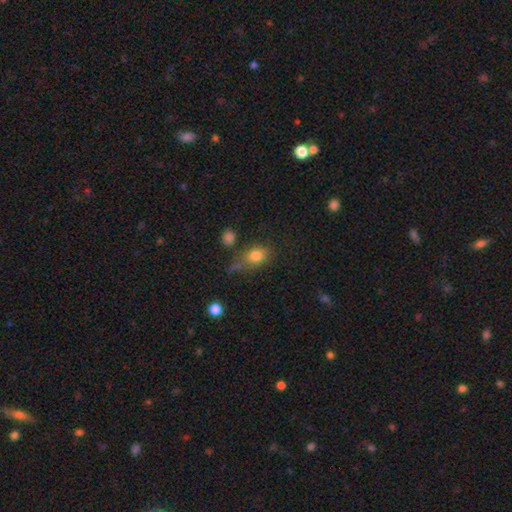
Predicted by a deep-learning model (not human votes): smooth_or_featured: smooth (p=0.79) [alt: star or artifact p=0.12]
how_rounded: in between (p=0.59) [alt: round p=0.39]
merging: none (p=0.54) [alt: minor disturbance p=0.22]